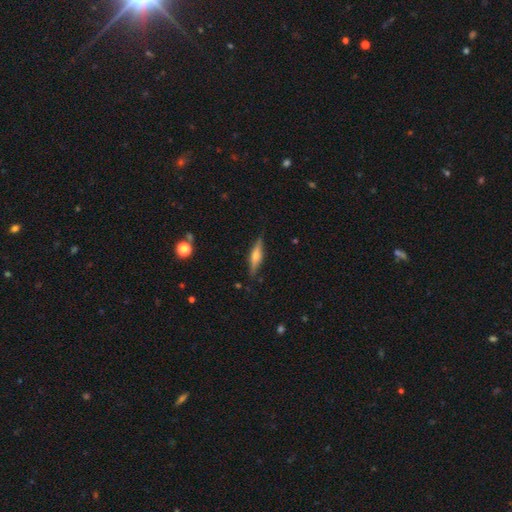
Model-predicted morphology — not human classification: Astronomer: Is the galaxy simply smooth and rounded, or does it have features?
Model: featured or disk — 62%.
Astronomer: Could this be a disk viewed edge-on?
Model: yes — 95%.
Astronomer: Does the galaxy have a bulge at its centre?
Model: rounded — 88%.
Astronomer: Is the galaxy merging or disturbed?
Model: none — 87%.